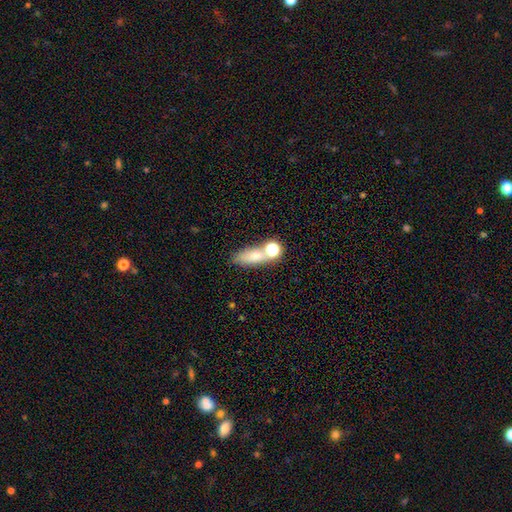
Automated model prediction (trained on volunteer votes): smooth_or_featured: smooth (p=0.68) [alt: featured or disk p=0.17]
how_rounded: in between (p=0.62) [alt: cigar-shaped p=0.23]
merging: none (p=0.54) [alt: merger p=0.26]